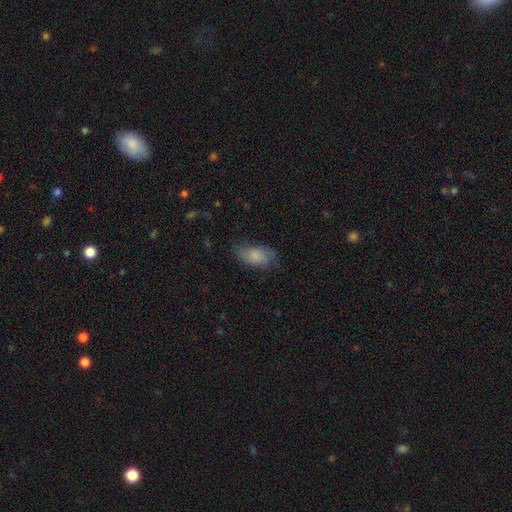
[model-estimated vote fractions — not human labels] smooth-or-featured: smooth: 69% | featured or disk: 23% | star or artifact: 8%
  how-rounded: in between: 91% | round: 5% | cigar-shaped: 4%
  merging: none: 61% | minor disturbance: 27% | major disturbance: 11% | merger: 1%